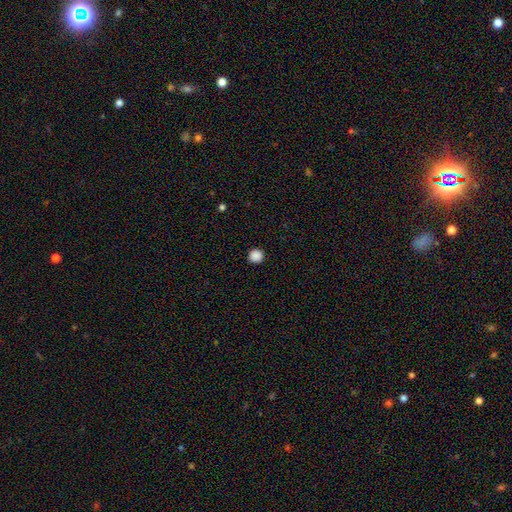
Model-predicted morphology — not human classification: This appears to be a smooth galaxy with no disk features (88%) that is round (95%). Merging: none (93%).